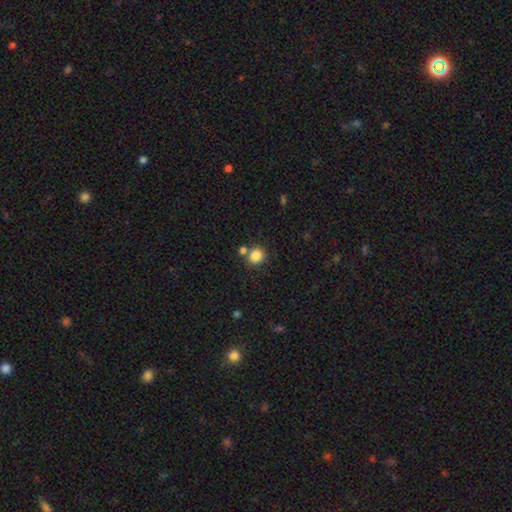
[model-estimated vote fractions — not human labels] This appears to be a smooth galaxy with no disk features (84%) that is round (83%). Merging: none (73%).